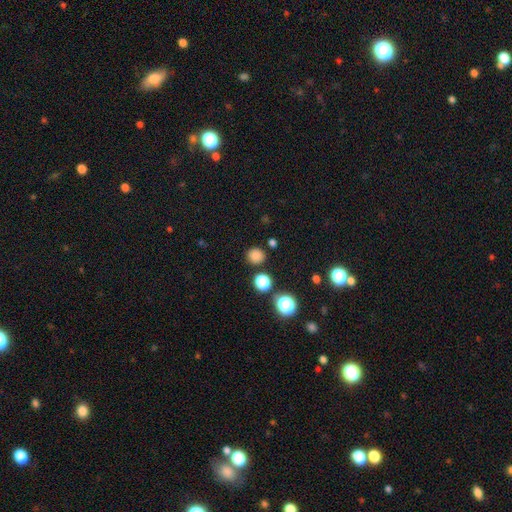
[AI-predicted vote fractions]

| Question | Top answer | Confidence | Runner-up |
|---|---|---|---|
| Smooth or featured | smooth | 80% | star or artifact (17%) |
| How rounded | round | 87% | in between (12%) |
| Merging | none | 85% | minor disturbance (8%) |